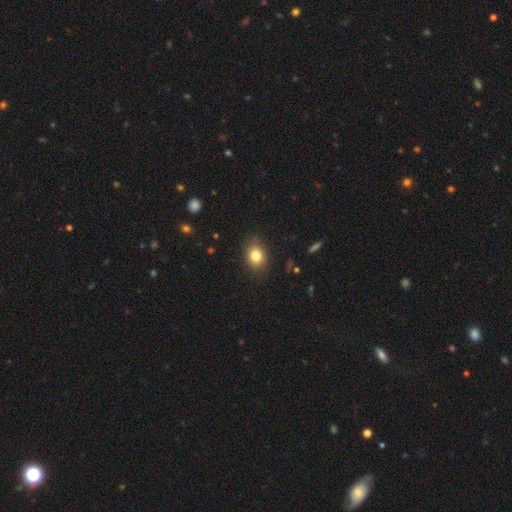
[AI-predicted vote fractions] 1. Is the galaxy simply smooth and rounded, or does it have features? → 81% smooth, 11% star or artifact, 8% featured or disk.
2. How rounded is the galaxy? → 52% in between, 46% round, 1% cigar-shaped.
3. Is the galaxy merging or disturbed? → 83% none, 13% minor disturbance, 3% major disturbance, 1% merger.